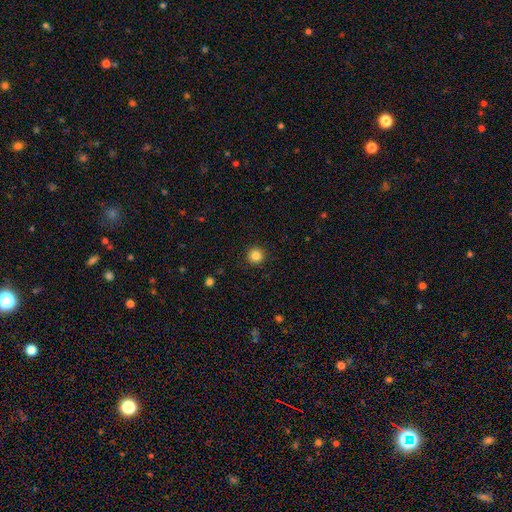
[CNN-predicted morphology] A smooth galaxy with no disk features (85%) that is round (96%). Merging: none (93%).